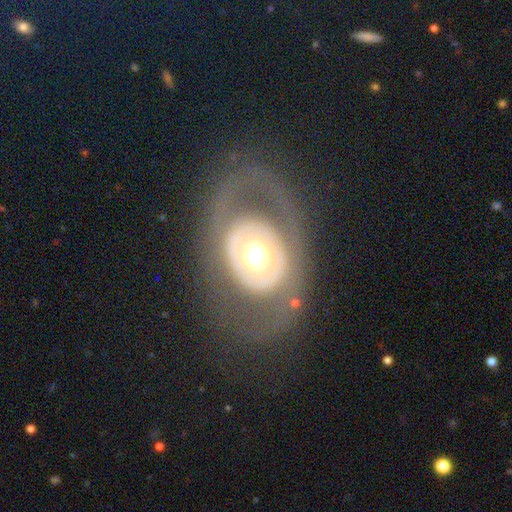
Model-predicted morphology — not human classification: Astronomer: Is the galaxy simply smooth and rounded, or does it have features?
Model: featured or disk — 68%.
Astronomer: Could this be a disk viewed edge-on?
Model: no — 93%.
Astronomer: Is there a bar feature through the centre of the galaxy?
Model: no — 86%.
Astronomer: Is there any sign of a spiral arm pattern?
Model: no — 79%.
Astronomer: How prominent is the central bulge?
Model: moderate — 51% (runner-up: large, 38%).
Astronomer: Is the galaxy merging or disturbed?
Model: none — 70%.